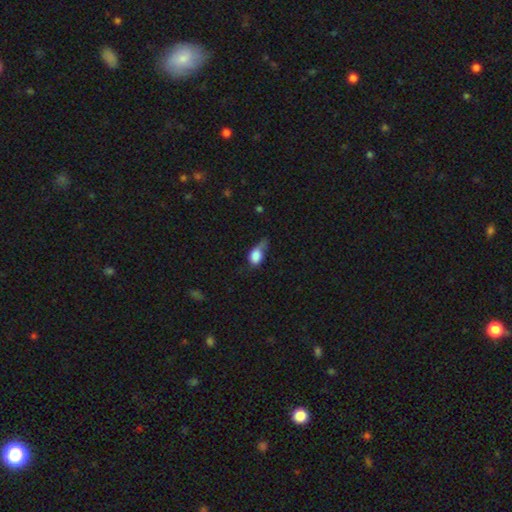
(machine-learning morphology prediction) This appears to be a smooth galaxy with no disk features (79%) that is in between round and cigar-shaped (74%). Merging: minor disturbance (36%, tied with major disturbance).